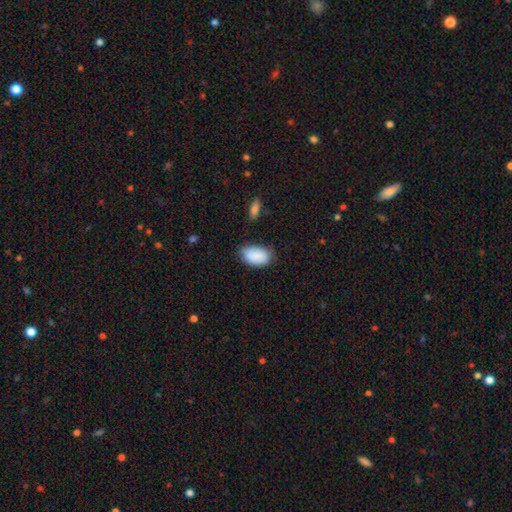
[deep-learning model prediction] Overall: smooth (89%). How rounded: in between (93%). Merging: none (71%).